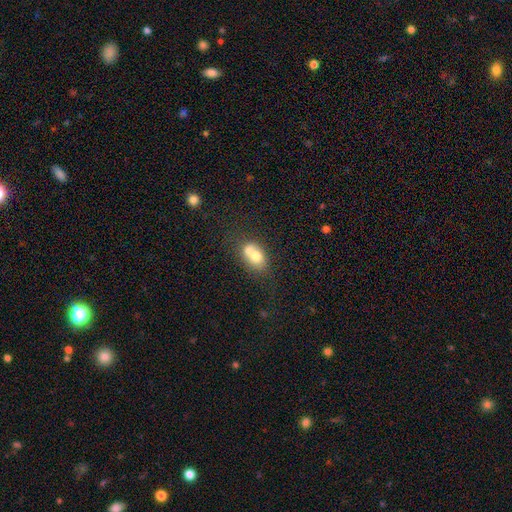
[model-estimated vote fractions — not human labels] smooth 67%, featured or disk 24%, star or artifact 9%. Down the decision tree: how rounded — in between (67%); merging — merger (56%).